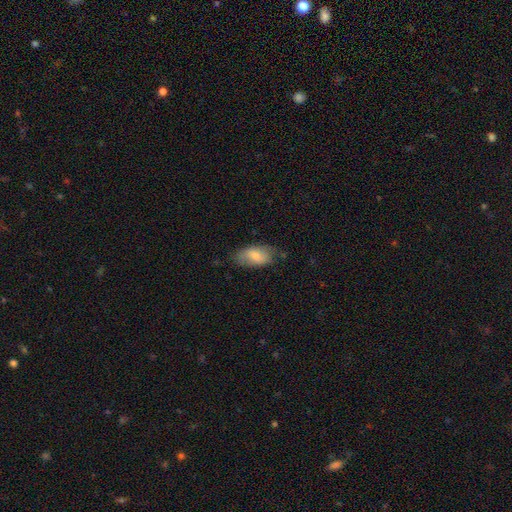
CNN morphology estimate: Overall: smooth (73%). How rounded: in between (93%). Merging: none (68%).